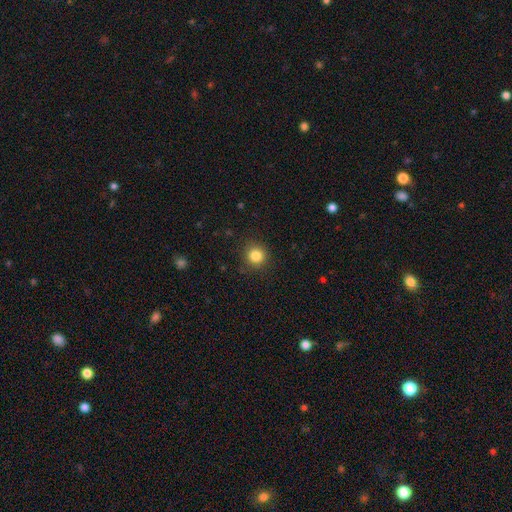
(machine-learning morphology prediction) Smooth or featured: smooth — 84% (star or artifact — 11%)
How rounded: round — 93% (in between — 6%)
Merging: none — 89% (minor disturbance — 7%)